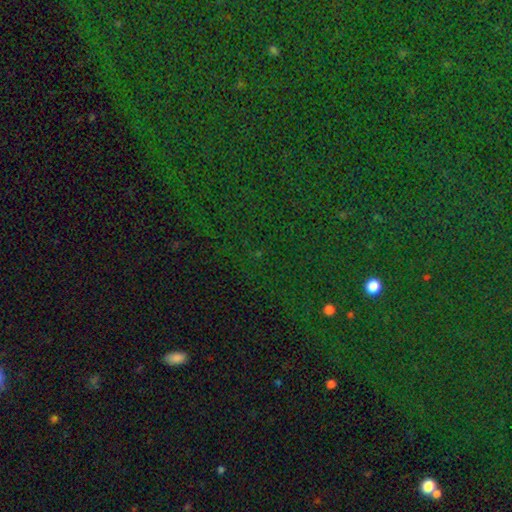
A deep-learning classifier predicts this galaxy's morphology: A star or artifact, not a galaxy (84%).

Vote fractions:
- Smooth or featured? star or artifact: 84% / smooth: 8% / featured or disk: 8%